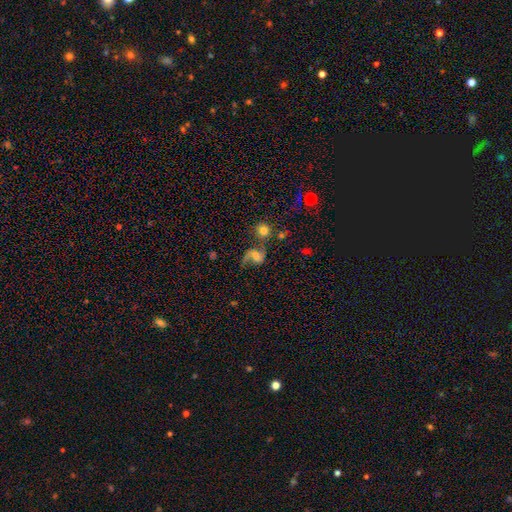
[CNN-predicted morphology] Smooth or featured?
  - featured or disk: 73% *
  - smooth: 17%
  - star or artifact: 10%
Edge-on disk?
  - no: 98% *
  - yes: 2%
Bar?
  - weak: 44% *
  - no: 42%
  - strong: 14%
Spiral arms?
  - yes: 93% *
  - no: 7%
Spiral winding?
  - loose: 67% *
  - medium: 28%
  - tight: 5%
Spiral arm count?
  - 2: 81% *
  - 1: 14%
  - can't tell: 3%
  - 3: 1%
  - 4: 1%
  - more than 4: 1%
Bulge size?
  - moderate: 50% *
  - small: 30%
  - none: 9%
  - large: 9%
  - dominant: 2%
Merging?
  - none: 46% *
  - merger: 21%
  - major disturbance: 18%
  - minor disturbance: 16%